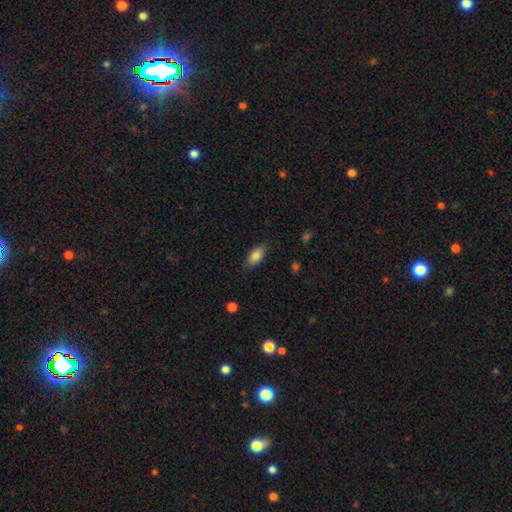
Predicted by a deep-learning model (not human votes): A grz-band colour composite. It shows a smooth galaxy with no disk features (85%) that is in between round and cigar-shaped (88%). Merging: none (84%).